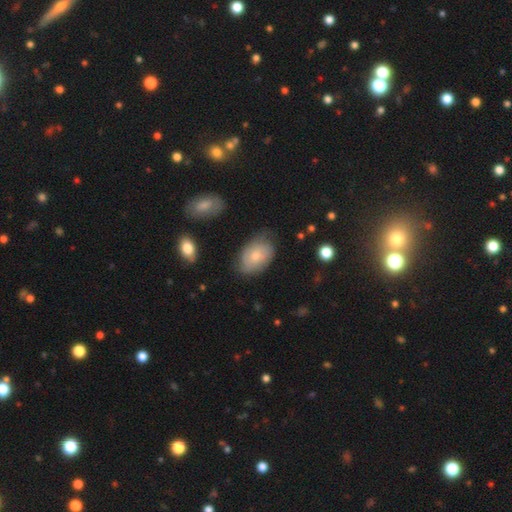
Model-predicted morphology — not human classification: Smooth or featured?
  - smooth: 60% *
  - featured or disk: 34%
  - star or artifact: 7%
How rounded?
  - in between: 88% *
  - round: 11%
  - cigar-shaped: 1%
Merging?
  - none: 64% *
  - minor disturbance: 27%
  - major disturbance: 7%
  - merger: 2%